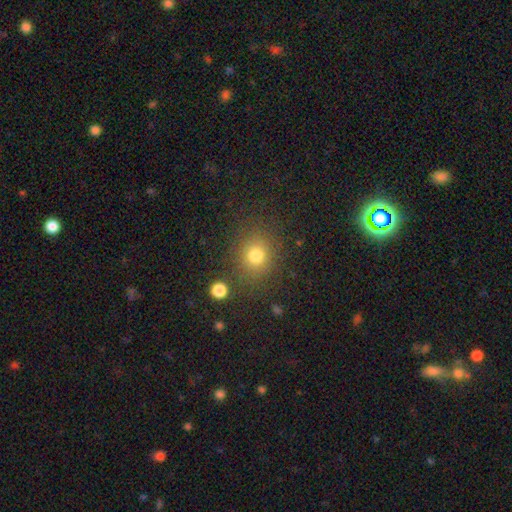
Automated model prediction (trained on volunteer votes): Morphology: type=smooth (77%); roundness=round (73%); merging=none (83%).